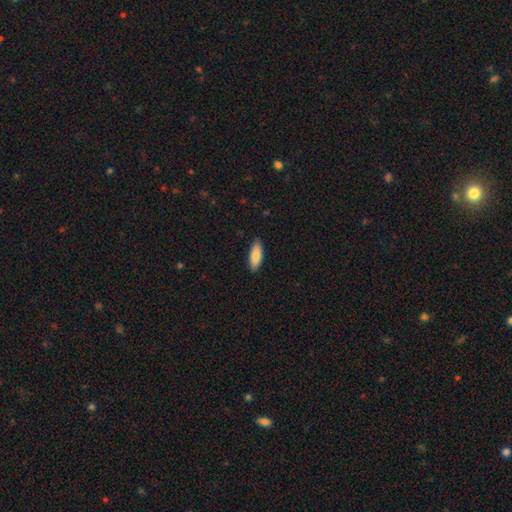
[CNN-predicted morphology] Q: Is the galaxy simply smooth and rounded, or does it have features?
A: smooth — 84%.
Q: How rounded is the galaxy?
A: in between — 63%.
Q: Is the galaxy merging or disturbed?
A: none — 87%.